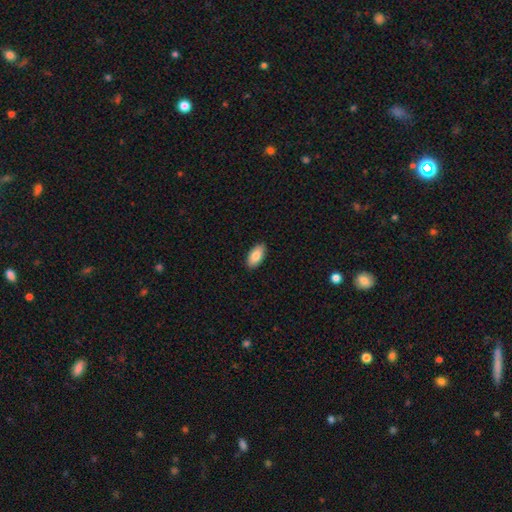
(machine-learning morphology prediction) smooth_or_featured: smooth (p=0.86) [alt: featured or disk p=0.08]
how_rounded: in between (p=0.93) [alt: cigar-shaped p=0.04]
merging: none (p=0.90) [alt: minor disturbance p=0.08]